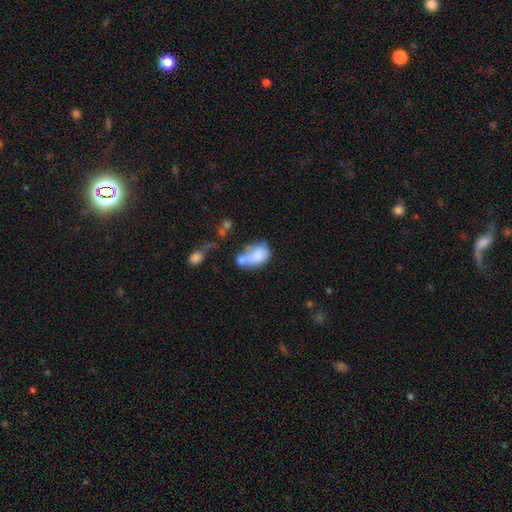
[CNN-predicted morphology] This is likely a smooth galaxy (72%). How rounded: clearly in between (84%). Merging: marginally merger (38%).